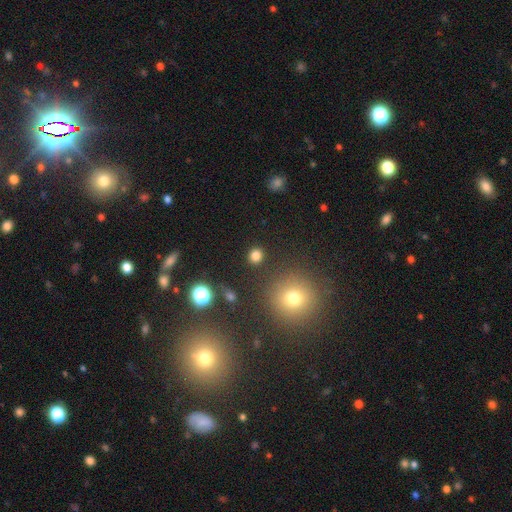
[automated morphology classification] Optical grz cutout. It shows a smooth galaxy with no disk features (80%) that is round (82%). Merging: none (89%).